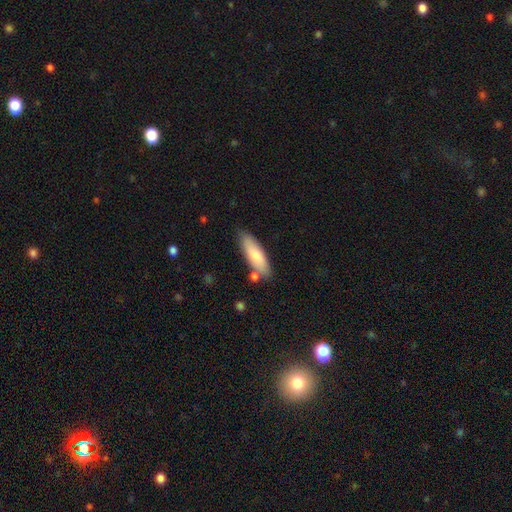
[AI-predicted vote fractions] This is likely a smooth galaxy (78%). How rounded: possibly in between (51%). Merging: likely none (77%).